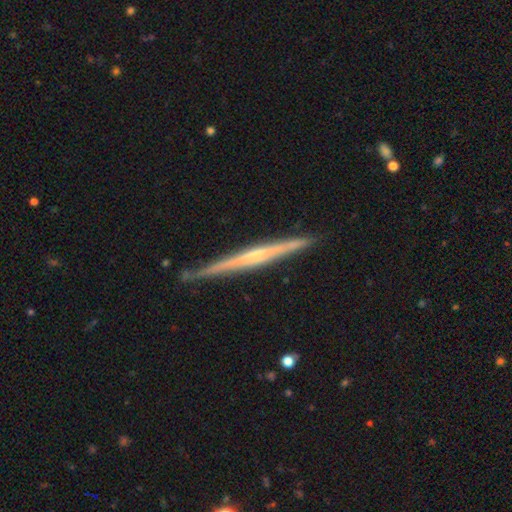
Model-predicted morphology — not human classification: This appears to be a featured or disk galaxy (74%) viewed edge-on (98%) with no central bulge (56%). Merging: none (87%).